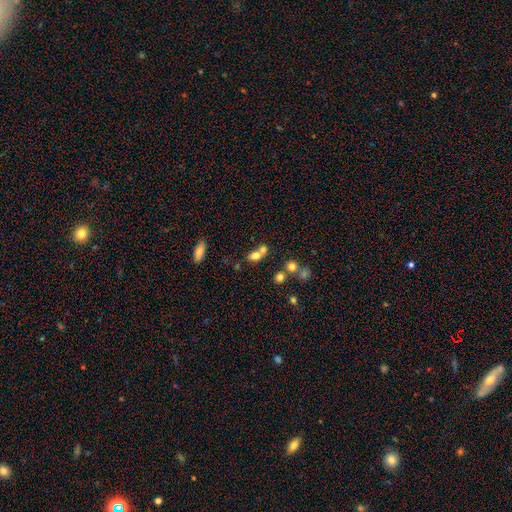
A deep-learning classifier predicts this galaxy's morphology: A smooth galaxy with no disk features (71%) that is in between round and cigar-shaped (58%). Merging: merger (52%).